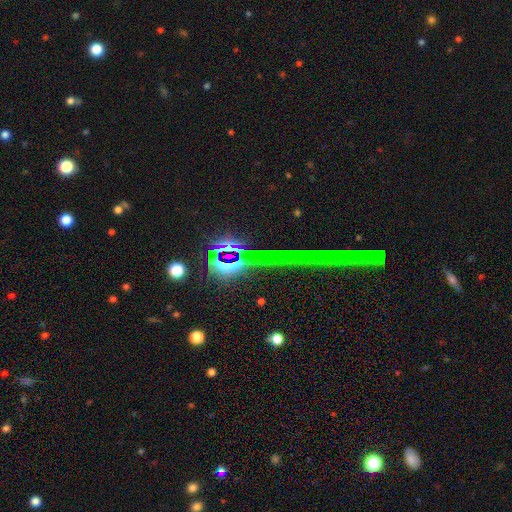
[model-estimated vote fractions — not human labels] Smooth or featured: star or artifact — 74% (featured or disk — 16%)